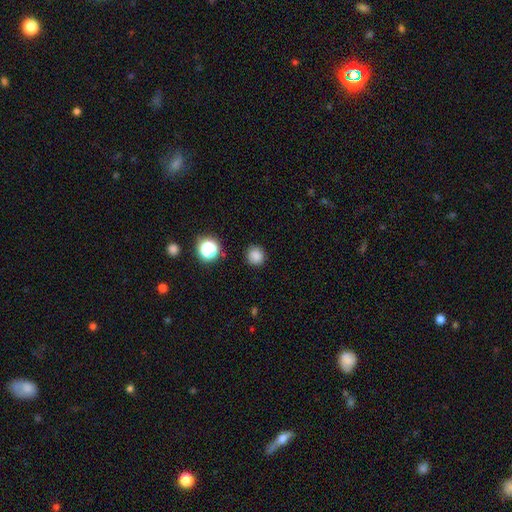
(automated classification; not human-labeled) This appears to be a smooth galaxy with no disk features (83%) that is round (92%). Merging: none (90%).